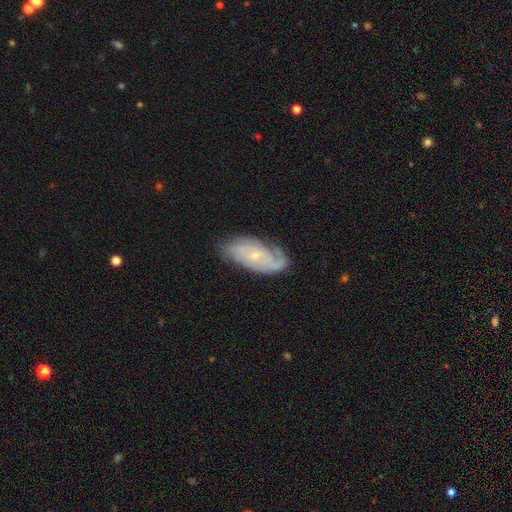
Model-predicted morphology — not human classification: type=featured or disk (75%); edge-on=no (93%); bar=no (70%); spiral arms=yes (92%); winding=tight (55%); arm count=can't tell (38%); bulge=small (77%); merging=none (68%).